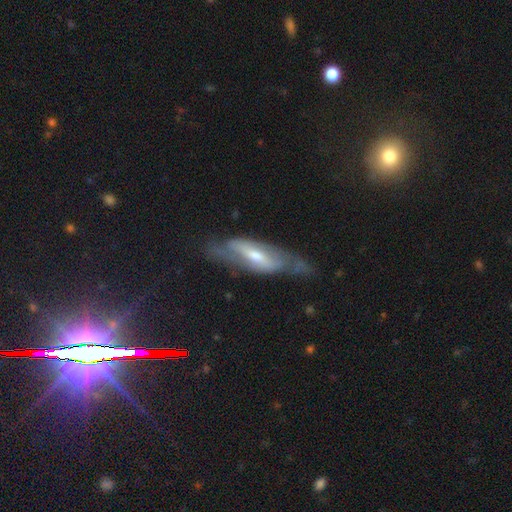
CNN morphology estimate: smooth_or_featured: featured or disk (p=0.68) [alt: smooth p=0.26]
disk_edge_on: no (p=0.69) [alt: yes p=0.31]
merging: none (p=0.52) [alt: minor disturbance p=0.26]